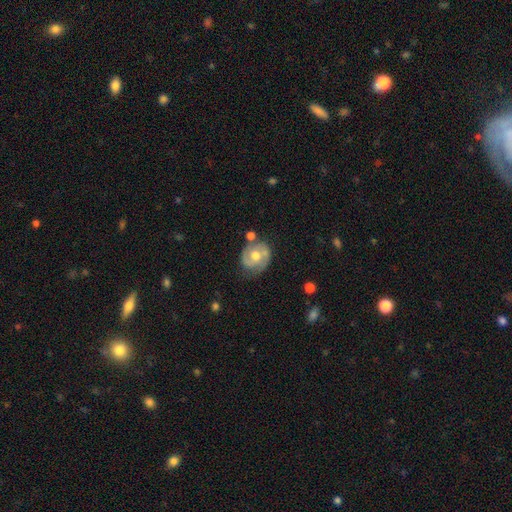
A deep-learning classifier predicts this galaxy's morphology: featured or disk 69%, smooth 25%, star or artifact 6%. Down the decision tree: edge-on disk — no (97%); bar — no (62%); spiral arms — yes (84%); spiral arm count — 2 (78%); spiral winding — medium (43%); bulge size — moderate (76%); merging — none (65%).